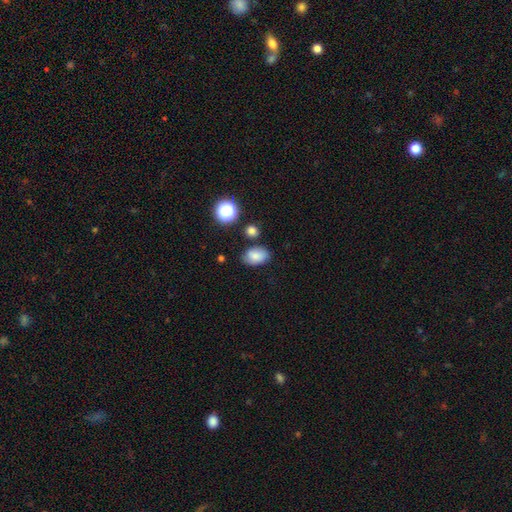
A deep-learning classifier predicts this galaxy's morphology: A smooth galaxy with no disk features (79%) that is in between round and cigar-shaped (85%).

Vote fractions:
- Smooth or featured? smooth: 79% / star or artifact: 11% / featured or disk: 10%
- How rounded? in between: 85% / round: 13% / cigar-shaped: 1%
- Merging? none: 73% / minor disturbance: 17% / merger: 6% / major disturbance: 4%